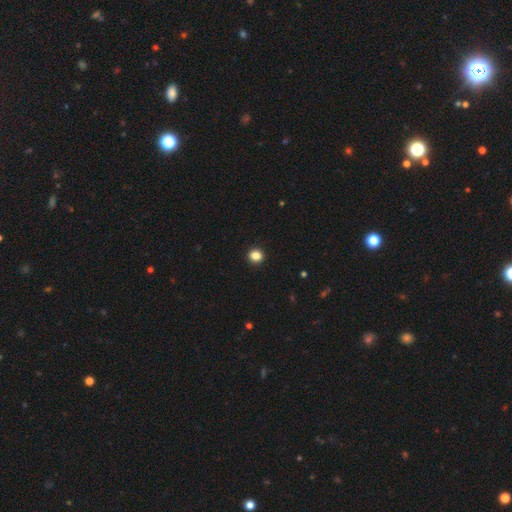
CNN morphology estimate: Overall: smooth (86%). How rounded: round (79%). Merging: none (92%).